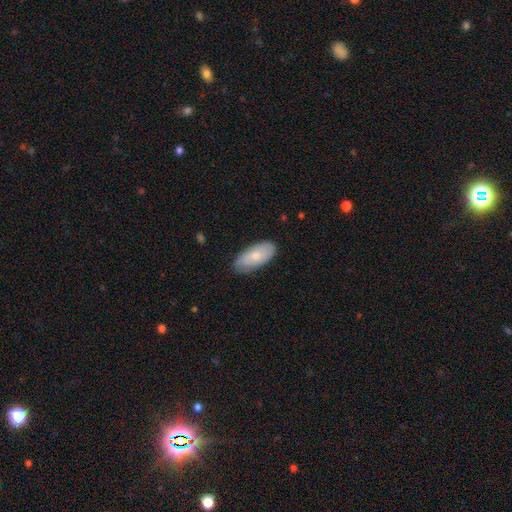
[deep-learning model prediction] Smooth or featured? smooth (70%)
How rounded? in between (90%)
Merging? none (79%)